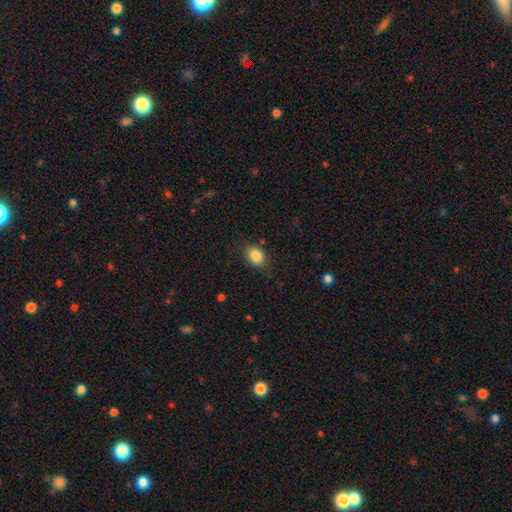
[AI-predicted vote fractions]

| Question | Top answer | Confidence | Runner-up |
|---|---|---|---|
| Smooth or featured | smooth | 85% | star or artifact (9%) |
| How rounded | in between | 58% | round (41%) |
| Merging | none | 81% | minor disturbance (14%) |